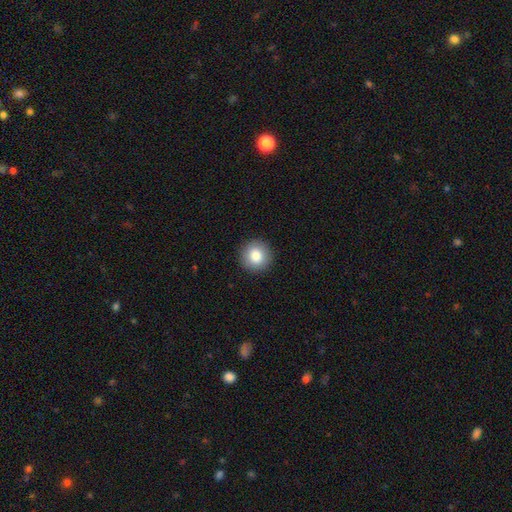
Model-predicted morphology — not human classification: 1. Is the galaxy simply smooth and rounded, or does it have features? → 84% smooth, 8% star or artifact, 7% featured or disk.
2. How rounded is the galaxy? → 94% round, 5% in between, 1% cigar-shaped.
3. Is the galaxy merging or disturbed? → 92% none, 5% minor disturbance, 2% major disturbance, 1% merger.